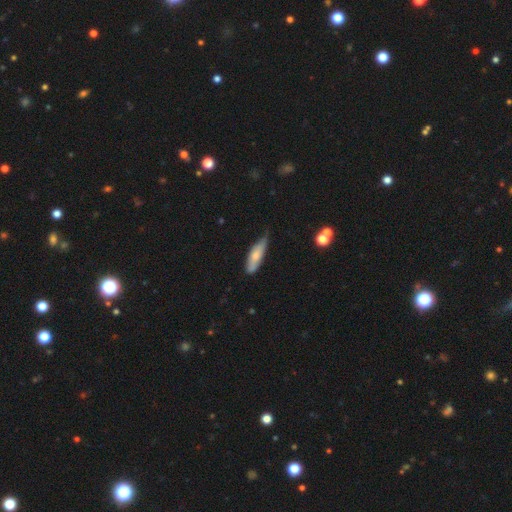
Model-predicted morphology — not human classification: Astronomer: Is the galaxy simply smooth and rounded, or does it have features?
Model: smooth — 67%.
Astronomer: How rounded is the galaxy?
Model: cigar-shaped — 53% (runner-up: in between, 45%).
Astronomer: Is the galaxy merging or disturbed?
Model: none — 50% (runner-up: minor disturbance, 41%).